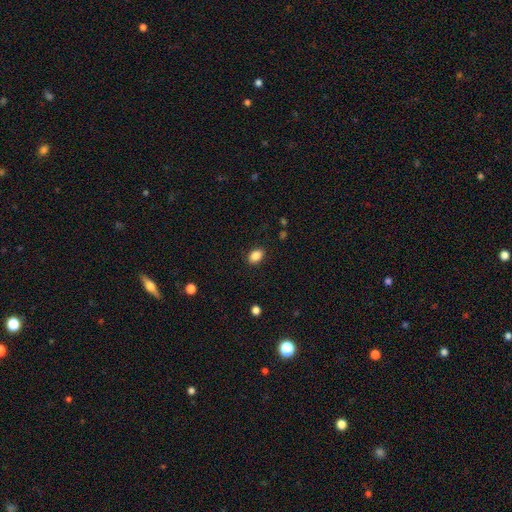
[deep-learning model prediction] smooth_or_featured: smooth (p=0.87) [alt: star or artifact p=0.09]
how_rounded: in between (p=0.81) [alt: round p=0.18]
merging: none (p=0.88) [alt: minor disturbance p=0.08]